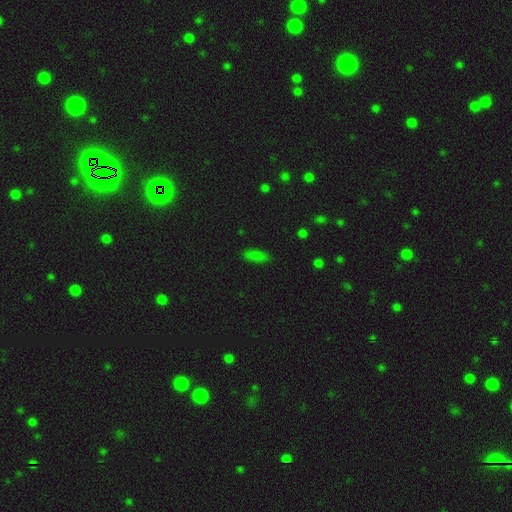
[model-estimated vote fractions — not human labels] The model was most divided on "how rounded": in between: 75%, cigar-shaped: 22%, round: 4%. More confident: merging — none (84%); smooth or featured — smooth (80%).